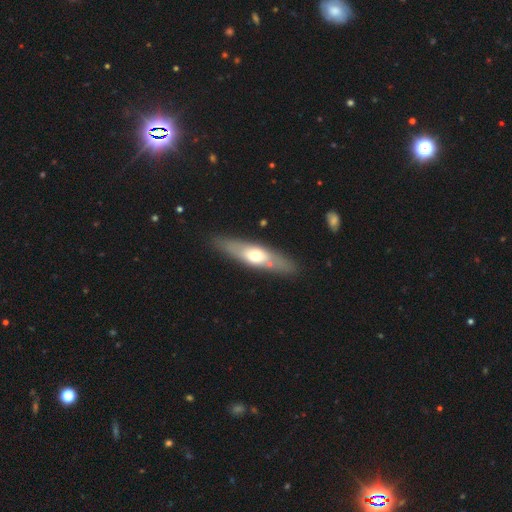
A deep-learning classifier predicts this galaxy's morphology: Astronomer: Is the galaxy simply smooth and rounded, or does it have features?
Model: smooth — 50% (runner-up: featured or disk, 44%).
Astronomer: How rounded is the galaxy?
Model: cigar-shaped — 58% (runner-up: in between, 40%).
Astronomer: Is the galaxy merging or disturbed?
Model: none — 83%.